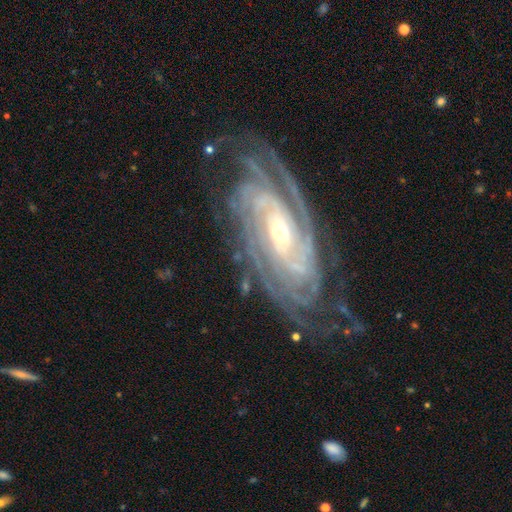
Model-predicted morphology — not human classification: Smooth or featured? featured or disk (92%)
Edge-on disk? no (94%)
Bar? no (51%)
Spiral arms? yes (98%)
Spiral winding? tight (76%)
Spiral arm count? 4 (23%)
Bulge size? small (54%)
Merging? none (73%)